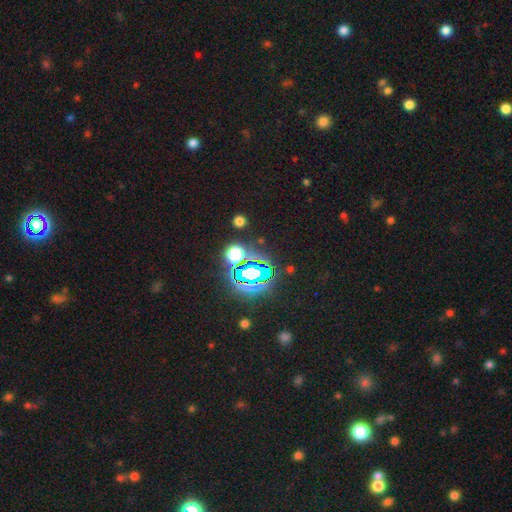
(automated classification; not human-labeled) This is likely a star or artifact rather than a galaxy (77%).